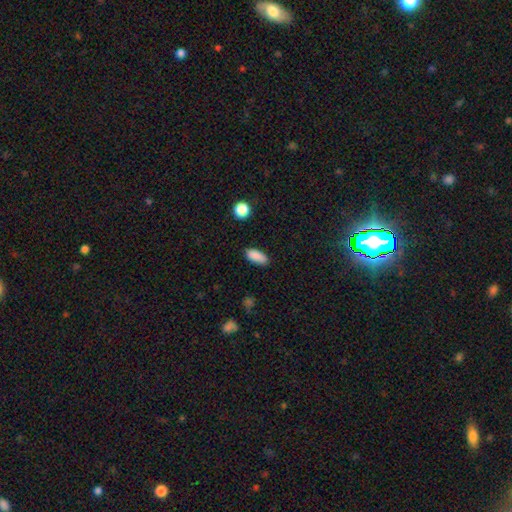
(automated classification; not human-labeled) The model was most divided on "how rounded": in between: 84%, cigar-shaped: 13%, round: 3%. More confident: smooth or featured — smooth (88%); merging — none (84%).